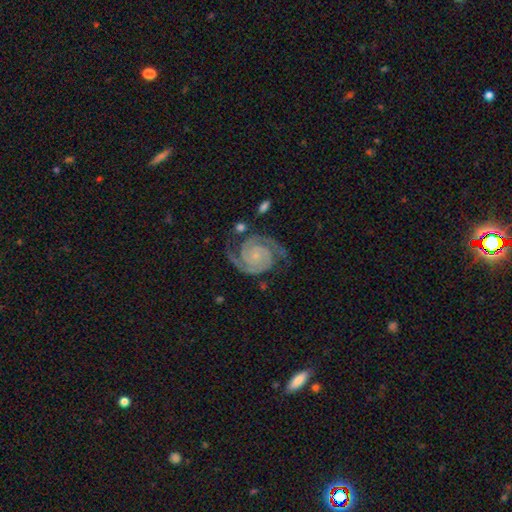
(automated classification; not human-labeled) smooth_or_featured: featured or disk (p=0.93) [alt: star or artifact p=0.04]
disk_edge_on: no (p=0.98) [alt: yes p=0.02]
bar: no (p=0.73) [alt: weak p=0.19]
has_spiral_arms: yes (p=0.99) [alt: no p=0.01]
spiral_winding: tight (p=0.70) [alt: medium p=0.26]
spiral_arm_count: 2 (p=0.90) [alt: 3 p=0.05]
bulge_size: small (p=0.74) [alt: none p=0.13]
merging: none (p=0.77) [alt: minor disturbance p=0.15]